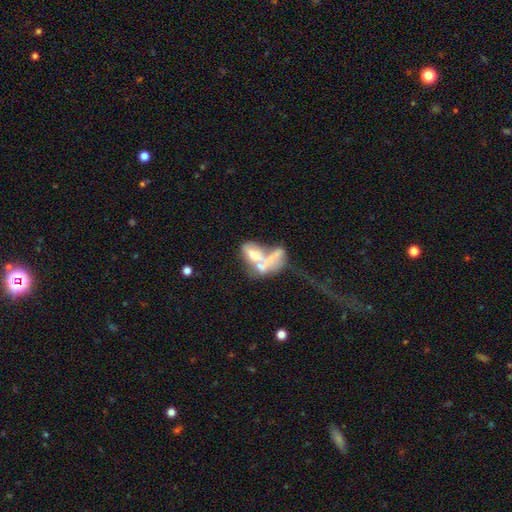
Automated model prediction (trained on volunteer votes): smooth_or_featured: featured or disk (p=0.54) [alt: smooth p=0.33]
disk_edge_on: no (p=0.91) [alt: yes p=0.09]
merging: merger (p=0.61) [alt: major disturbance p=0.23]